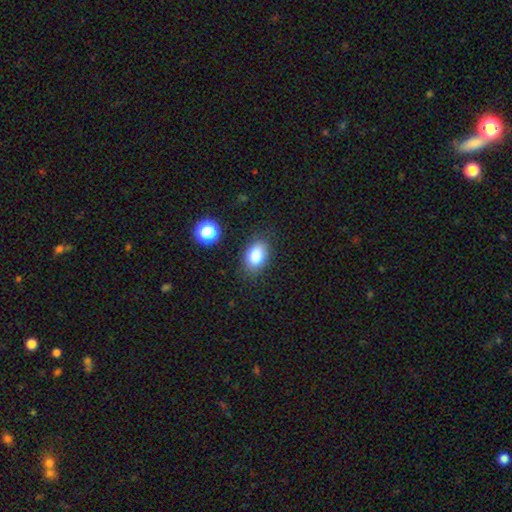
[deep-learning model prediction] Smooth or featured? Predicted: smooth (p=0.83). How rounded? Predicted: in between (p=0.86). Merging? Predicted: none (p=0.82).